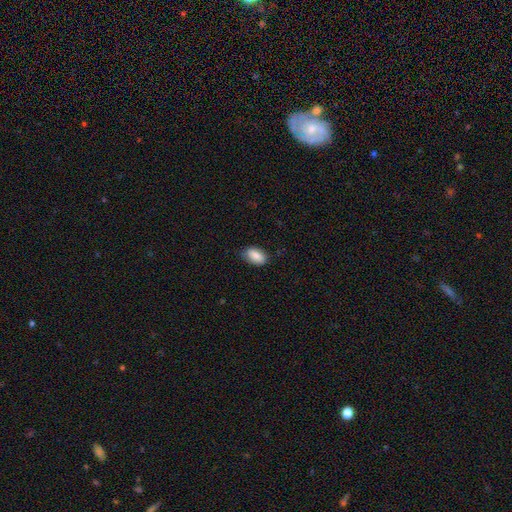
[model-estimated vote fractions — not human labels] smooth 86%, featured or disk 7%, star or artifact 7%. Down the decision tree: how rounded — in between (91%); merging — none (78%).